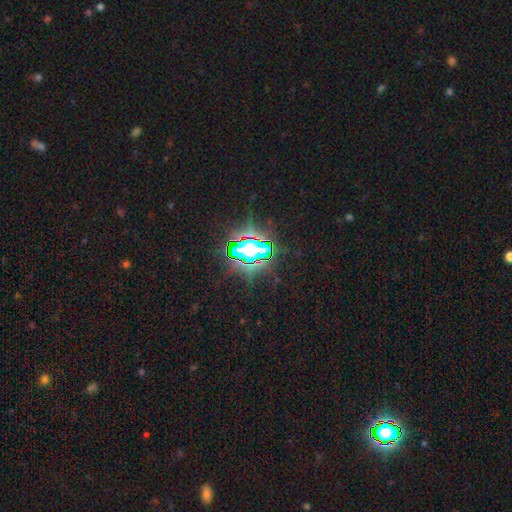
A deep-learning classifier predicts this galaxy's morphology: Smooth or featured? Predicted: star or artifact (p=0.77).